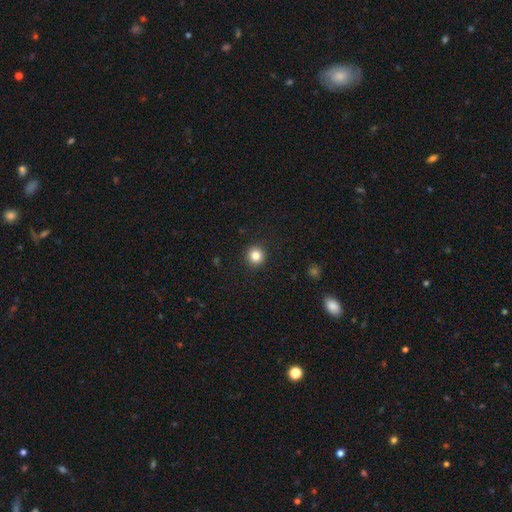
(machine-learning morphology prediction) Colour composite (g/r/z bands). It shows a smooth galaxy with no disk features (84%) that is round (95%). Merging: none (93%).